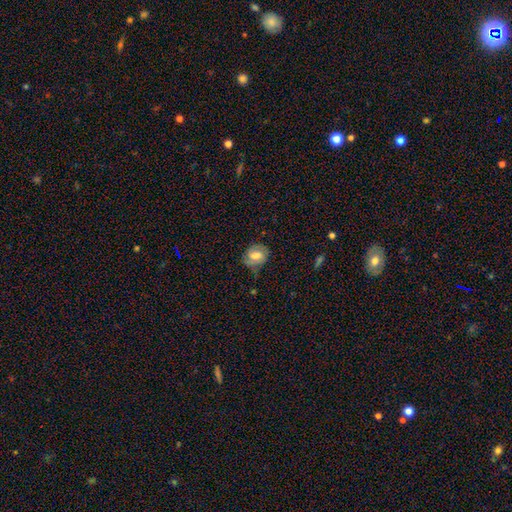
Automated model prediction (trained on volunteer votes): smooth-or-featured: smooth: 64% | featured or disk: 27% | star or artifact: 9%
  how-rounded: round: 59% | in between: 39% | cigar-shaped: 1%
  merging: none: 60% | minor disturbance: 28% | major disturbance: 9% | merger: 2%